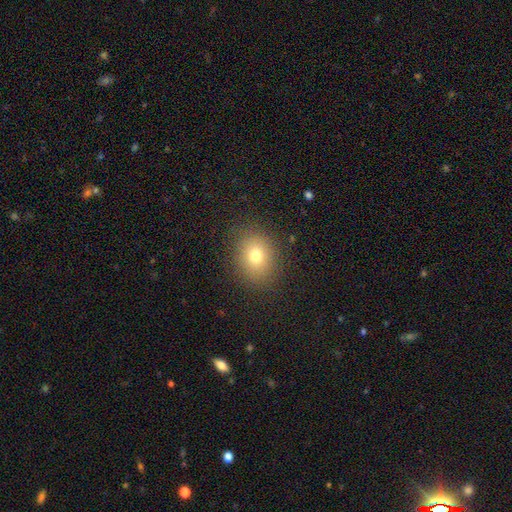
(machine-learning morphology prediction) smooth_or_featured: smooth (p=0.75) [alt: star or artifact p=0.14]
how_rounded: round (p=0.67) [alt: in between p=0.33]
merging: none (p=0.87) [alt: minor disturbance p=0.09]